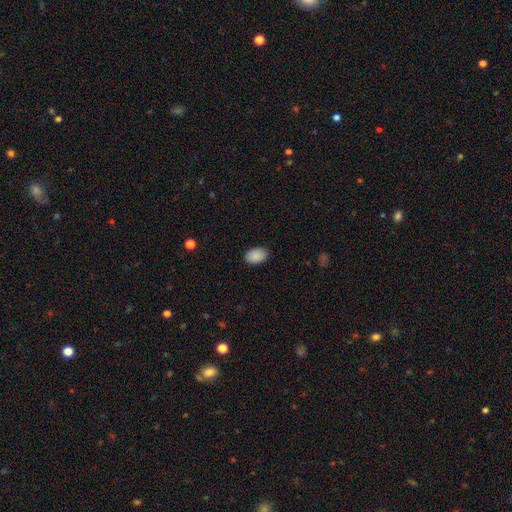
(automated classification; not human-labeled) A smooth galaxy with no disk features (89%) that is in between round and cigar-shaped (89%). Merging: none (86%).